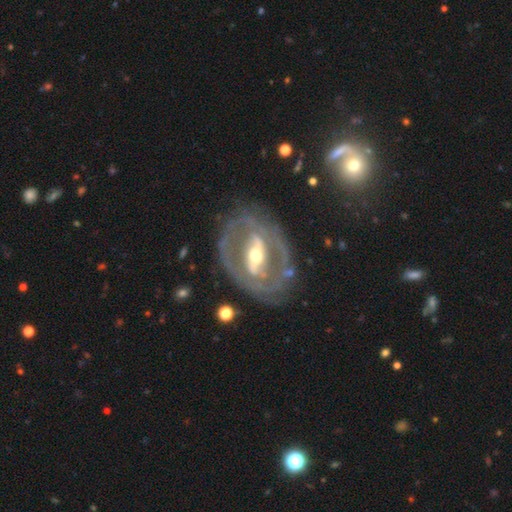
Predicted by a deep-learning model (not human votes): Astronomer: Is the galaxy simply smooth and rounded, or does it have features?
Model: featured or disk — 85%.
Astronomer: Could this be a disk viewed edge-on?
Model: no — 92%.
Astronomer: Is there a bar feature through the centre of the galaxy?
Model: strong — 64%.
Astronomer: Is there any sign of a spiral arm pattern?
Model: yes — 67%.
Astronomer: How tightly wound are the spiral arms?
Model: tight — 47% (runner-up: medium, 37%).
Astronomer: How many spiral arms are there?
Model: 2 — 67%.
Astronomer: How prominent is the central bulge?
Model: moderate — 61%.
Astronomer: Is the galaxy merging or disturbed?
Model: none — 72%.